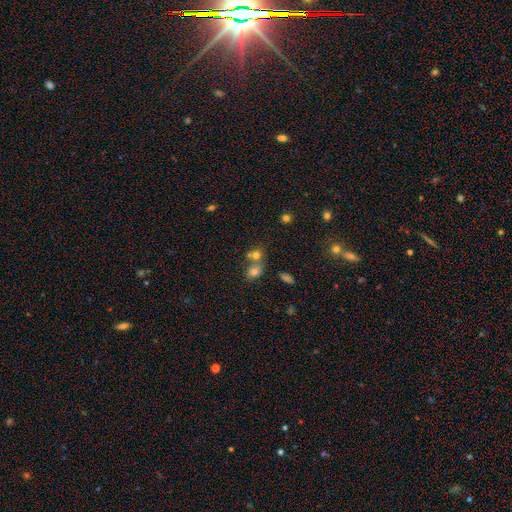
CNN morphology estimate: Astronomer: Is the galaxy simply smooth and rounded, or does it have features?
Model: smooth — 72%.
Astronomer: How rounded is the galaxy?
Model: round — 64%.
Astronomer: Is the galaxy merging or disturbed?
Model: merger — 47% (runner-up: none, 42%).